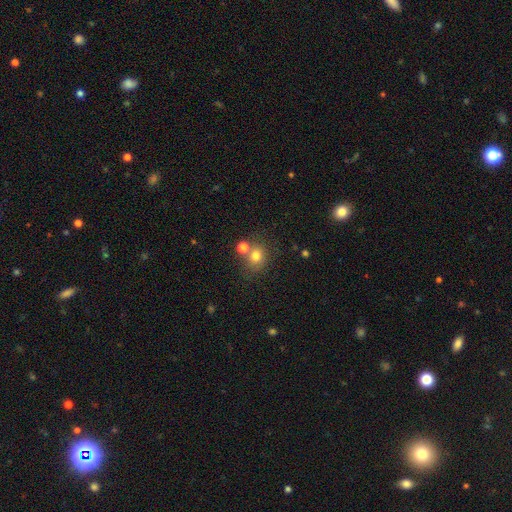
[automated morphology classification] This appears to be a smooth galaxy with no disk features (76%) that is round (74%). Merging: none (61%).